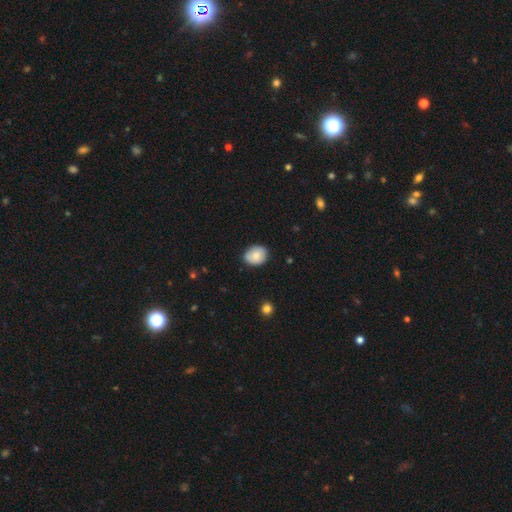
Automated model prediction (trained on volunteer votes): This appears to be a smooth galaxy with no disk features (82%) that is in between round and cigar-shaped (52%). Merging: none (81%).